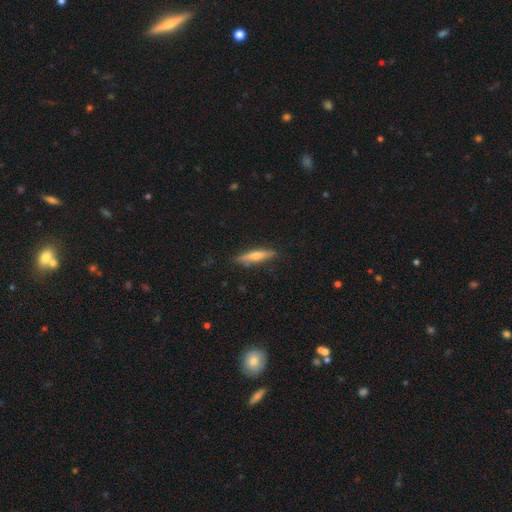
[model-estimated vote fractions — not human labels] A featured or disk galaxy (56%) viewed edge-on (94%) with a rounded central bulge (85%).

Vote fractions:
- Smooth or featured? featured or disk: 56% / smooth: 38% / star or artifact: 7%
- Edge-on disk? yes: 94% / no: 6%
- Edge-on bulge? rounded: 85% / none: 10% / boxy: 5%
- Merging? none: 87% / minor disturbance: 10% / major disturbance: 2% / merger: 1%